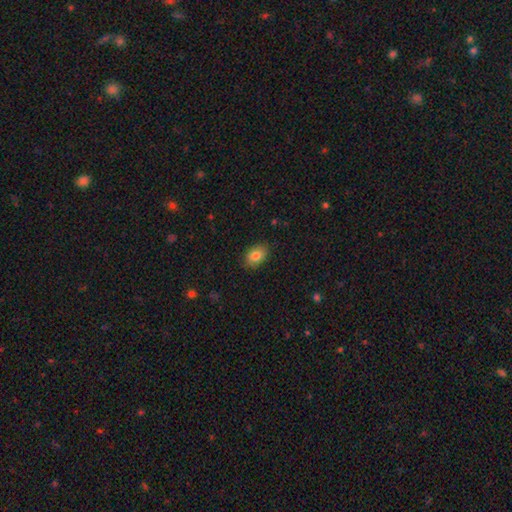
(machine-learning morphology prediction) This appears to be a smooth galaxy with no disk features (85%) that is in between round and cigar-shaped (82%). Merging: none (86%).